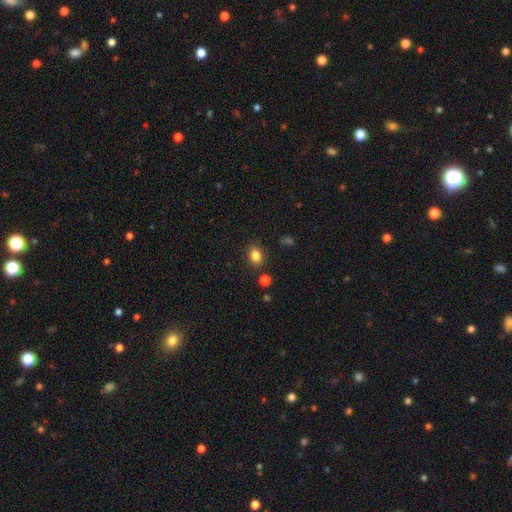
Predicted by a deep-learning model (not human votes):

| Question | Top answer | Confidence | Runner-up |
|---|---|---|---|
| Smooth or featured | smooth | 84% | star or artifact (11%) |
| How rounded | in between | 67% | round (32%) |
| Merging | none | 83% | minor disturbance (10%) |